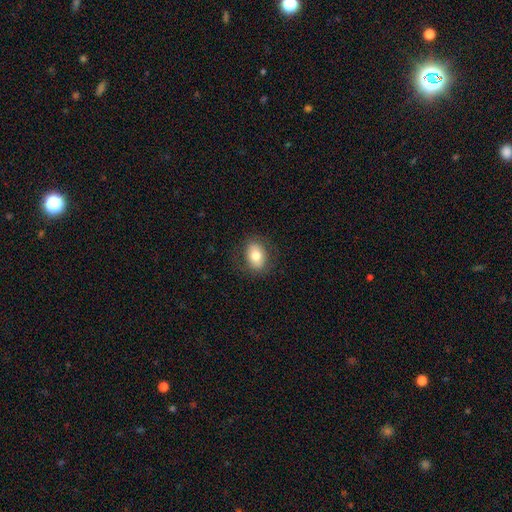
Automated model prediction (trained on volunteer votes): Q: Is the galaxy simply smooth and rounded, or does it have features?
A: smooth — 75%.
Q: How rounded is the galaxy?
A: in between — 71%.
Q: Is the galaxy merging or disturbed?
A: none — 83%.